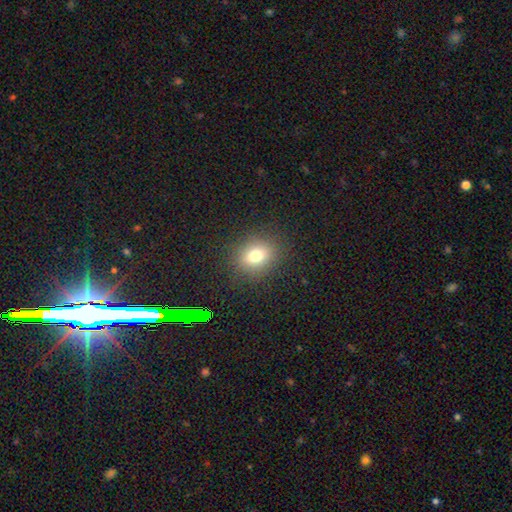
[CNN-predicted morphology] Smooth or featured?
  - smooth: 76% *
  - star or artifact: 15%
  - featured or disk: 9%
How rounded?
  - round: 59% *
  - in between: 40%
  - cigar-shaped: 1%
Merging?
  - none: 87% *
  - minor disturbance: 8%
  - major disturbance: 4%
  - merger: 1%